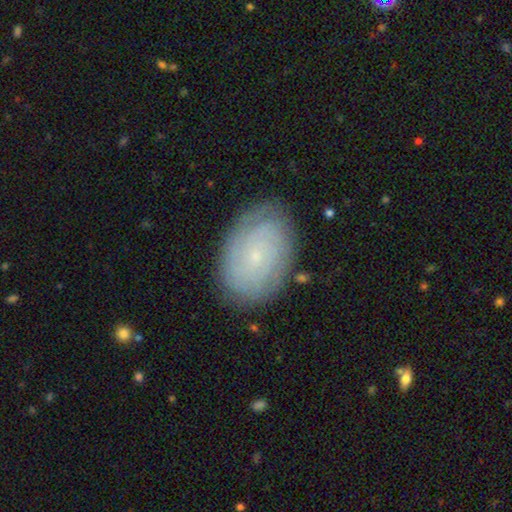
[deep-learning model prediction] Smooth or featured? featured or disk (70%)
Edge-on disk? no (96%)
Bar? no (77%)
Spiral arms? yes (91%)
Spiral winding? tight (78%)
Spiral arm count? can't tell (46%)
Bulge size? small (85%)
Merging? none (81%)